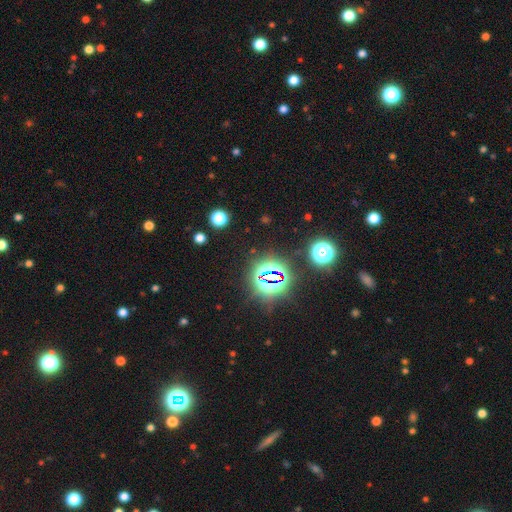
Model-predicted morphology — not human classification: The model was most divided on "smooth or featured": star or artifact: 79%, smooth: 15%, featured or disk: 6%.